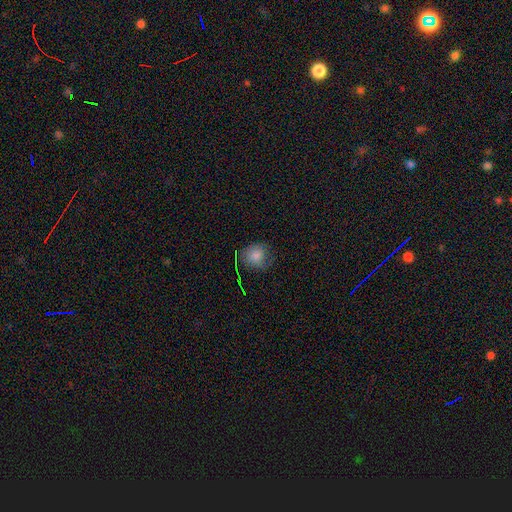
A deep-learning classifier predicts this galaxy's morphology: Smooth or featured: smooth — 72% (featured or disk — 16%)
How rounded: round — 65% (in between — 34%)
Merging: none — 65% (minor disturbance — 24%)